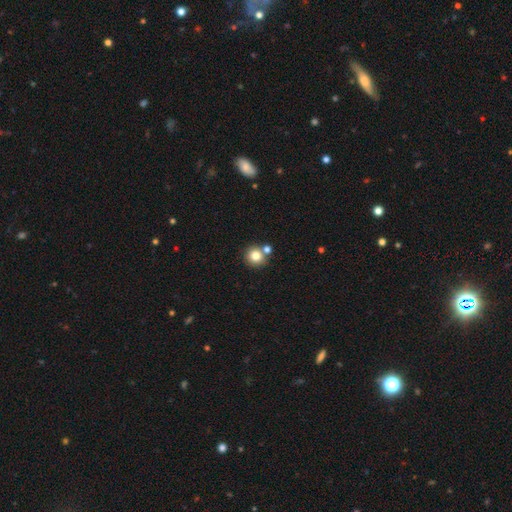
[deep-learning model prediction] Morphology: type=smooth (81%); roundness=round (93%); merging=none (68%).